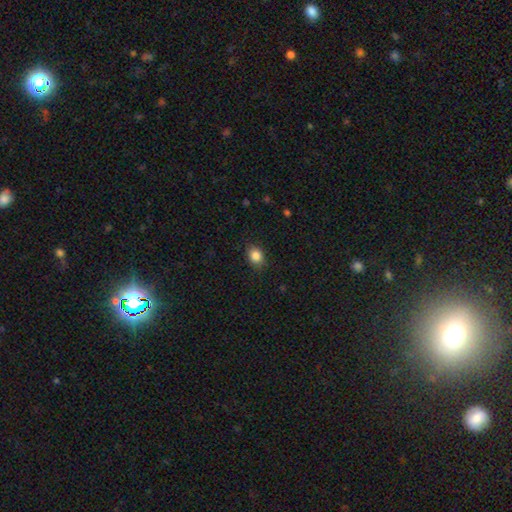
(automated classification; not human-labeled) Smooth or featured: smooth — 86% (star or artifact — 10%)
How rounded: in between — 51% (round — 48%)
Merging: none — 86% (minor disturbance — 10%)